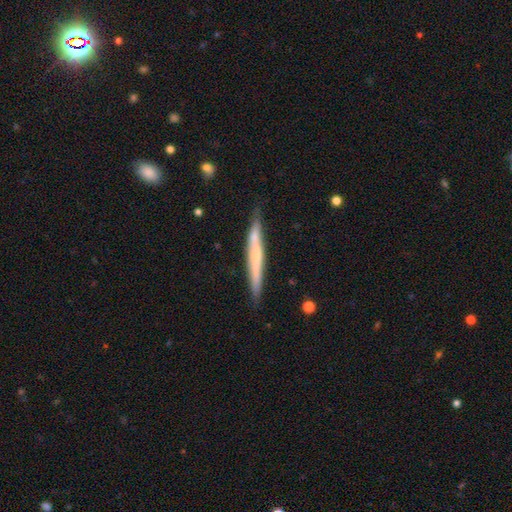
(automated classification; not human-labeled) A featured or disk galaxy (51%) viewed edge-on (95%).

Vote fractions:
- Smooth or featured? featured or disk: 51% / smooth: 43% / star or artifact: 6%
- Edge-on disk? yes: 95% / no: 5%
- Merging? none: 83% / minor disturbance: 13% / merger: 2% / major disturbance: 2%